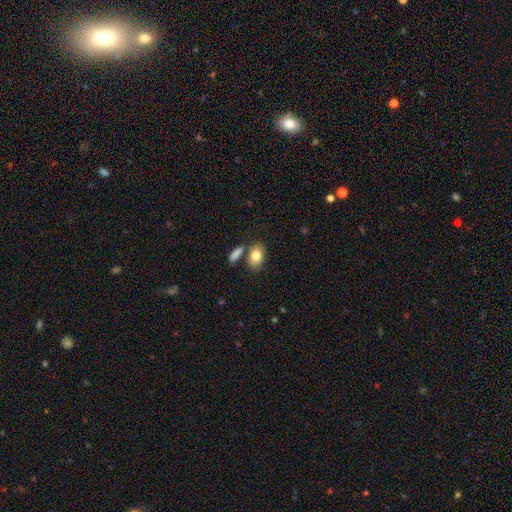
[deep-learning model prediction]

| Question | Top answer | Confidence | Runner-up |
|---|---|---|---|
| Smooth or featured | smooth | 81% | featured or disk (12%) |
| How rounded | in between | 84% | round (14%) |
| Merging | none | 70% | merger (15%) |